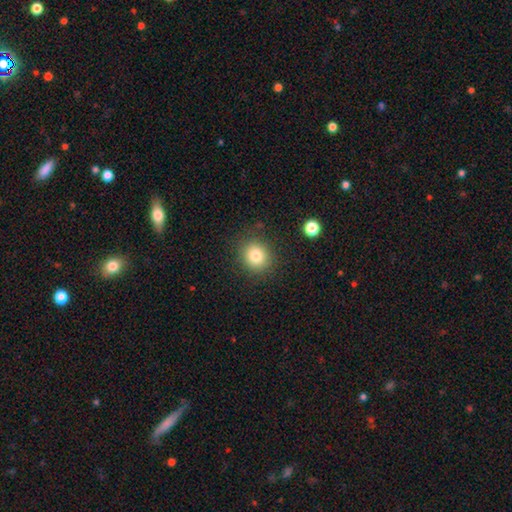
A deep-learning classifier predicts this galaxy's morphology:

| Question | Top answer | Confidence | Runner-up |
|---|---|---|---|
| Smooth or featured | smooth | 81% | star or artifact (11%) |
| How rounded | round | 82% | in between (17%) |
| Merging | none | 86% | minor disturbance (9%) |